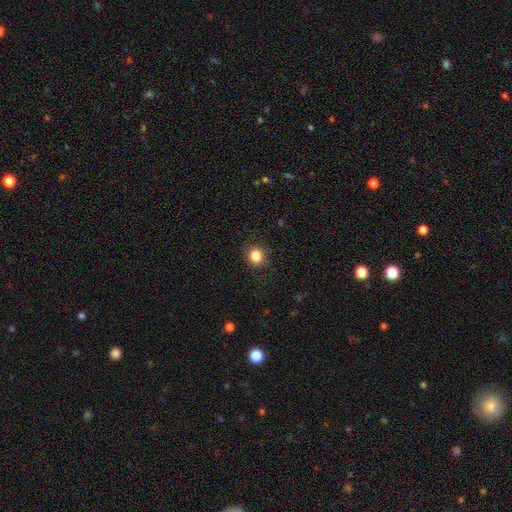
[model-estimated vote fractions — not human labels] smooth_or_featured: smooth (p=0.85) [alt: star or artifact p=0.10]
how_rounded: round (p=0.75) [alt: in between p=0.25]
merging: none (p=0.86) [alt: minor disturbance p=0.10]